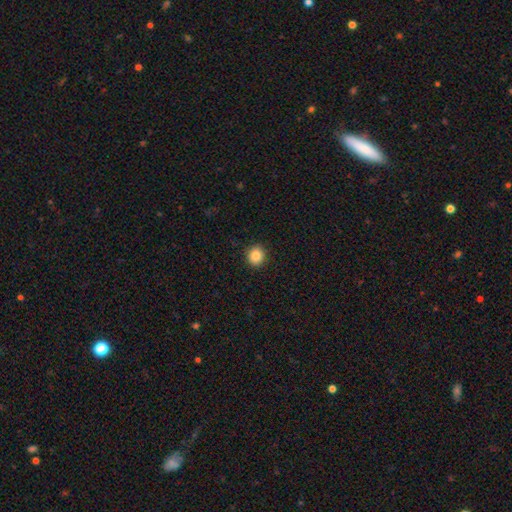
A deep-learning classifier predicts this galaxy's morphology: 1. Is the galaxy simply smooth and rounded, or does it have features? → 85% smooth, 10% star or artifact, 5% featured or disk.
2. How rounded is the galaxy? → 83% round, 16% in between, 1% cigar-shaped.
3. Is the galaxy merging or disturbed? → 92% none, 6% minor disturbance, 2% major disturbance, 1% merger.